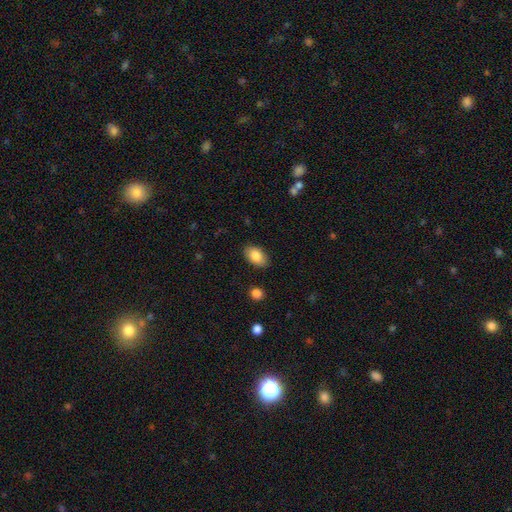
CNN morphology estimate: A smooth galaxy with no disk features (85%) that is in between round and cigar-shaped (92%).

Vote fractions:
- Smooth or featured? smooth: 85% / featured or disk: 8% / star or artifact: 7%
- How rounded? in between: 92% / round: 6% / cigar-shaped: 1%
- Merging? none: 86% / minor disturbance: 10% / major disturbance: 2% / merger: 1%